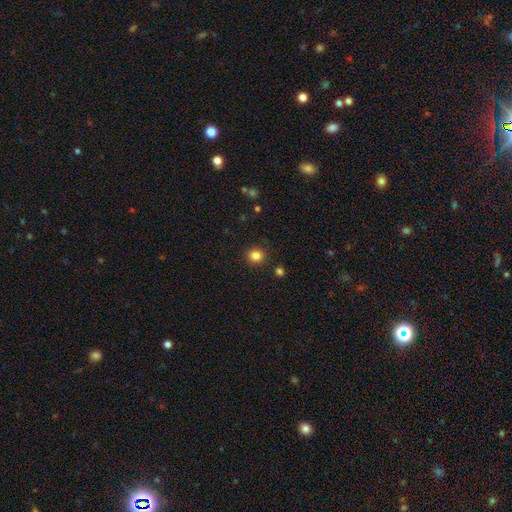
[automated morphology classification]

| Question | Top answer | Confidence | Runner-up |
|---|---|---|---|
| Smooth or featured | smooth | 83% | star or artifact (12%) |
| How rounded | round | 85% | in between (14%) |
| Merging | none | 89% | minor disturbance (7%) |